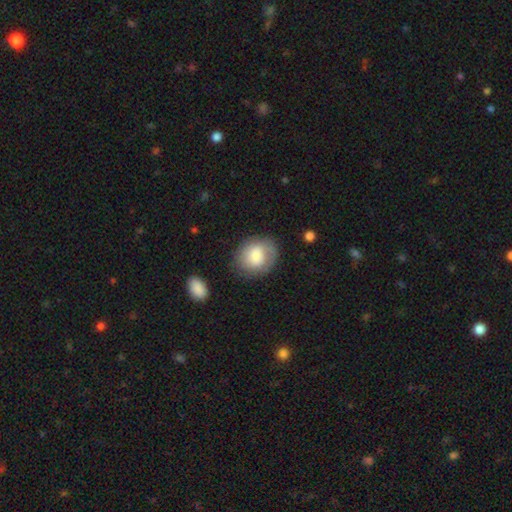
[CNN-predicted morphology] Smooth or featured?
  - smooth: 74% *
  - featured or disk: 19%
  - star or artifact: 7%
How rounded?
  - round: 64% *
  - in between: 36%
  - cigar-shaped: 1%
Merging?
  - none: 72% *
  - minor disturbance: 19%
  - major disturbance: 7%
  - merger: 3%